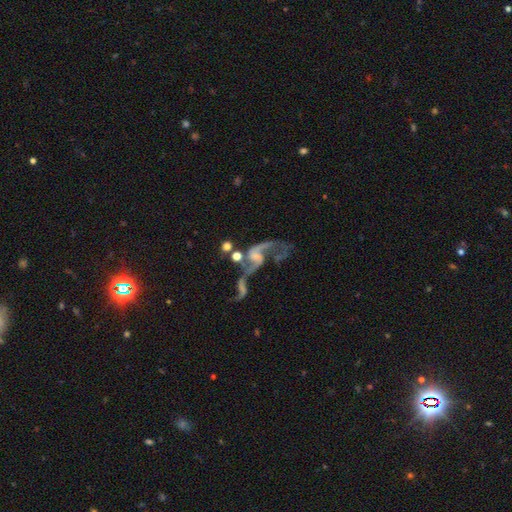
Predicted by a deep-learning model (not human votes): Smooth or featured: featured or disk — 81% (smooth — 10%)
Edge-on disk: no — 96% (yes — 4%)
Bar: no — 52% (weak — 36%)
Spiral arms: yes — 88% (no — 12%)
Spiral winding: loose — 82% (medium — 15%)
Spiral arm count: 2 — 82% (1 — 10%)
Bulge size: none — 37% (small — 33%)
Merging: merger — 42% (major disturbance — 27%)